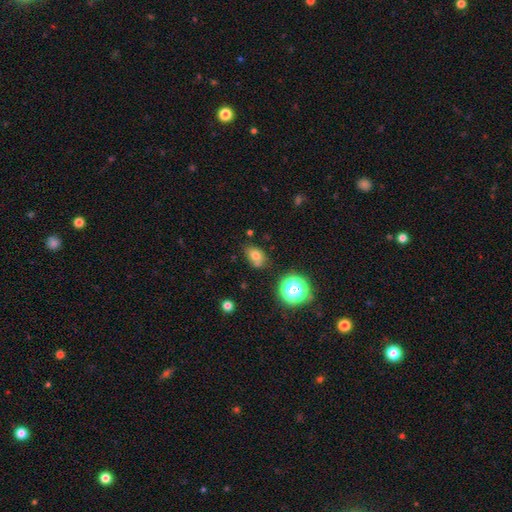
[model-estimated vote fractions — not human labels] smooth 73%, star or artifact 16%, featured or disk 11%. Down the decision tree: how rounded — in between (72%); merging — none (61%).